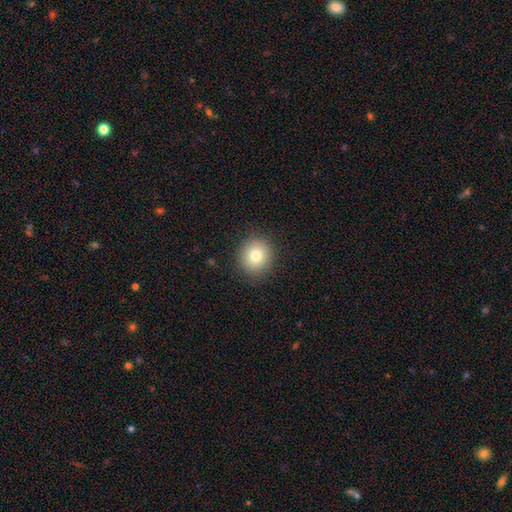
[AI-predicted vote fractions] Smooth or featured? Predicted: smooth (p=0.79). How rounded? Predicted: round (p=0.88). Merging? Predicted: none (p=0.89).